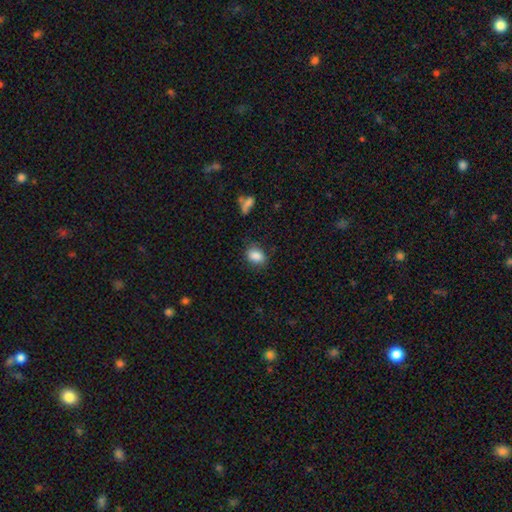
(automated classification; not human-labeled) The model was most divided on "how rounded": in between: 70%, round: 29%, cigar-shaped: 1%. More confident: smooth or featured — smooth (86%); merging — none (76%).